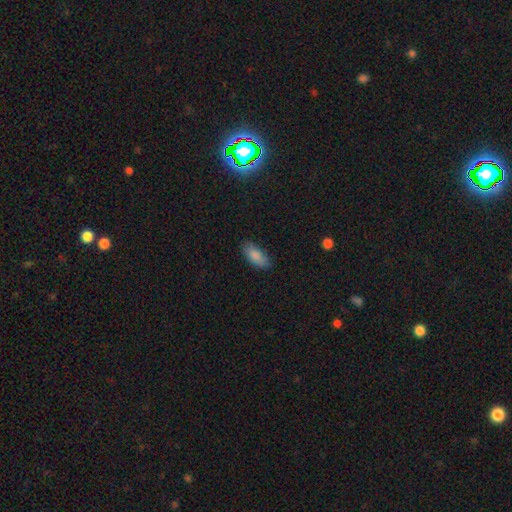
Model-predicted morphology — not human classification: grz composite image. It shows a smooth galaxy with no disk features (86%) that is in between round and cigar-shaped (86%). Merging: none (83%).